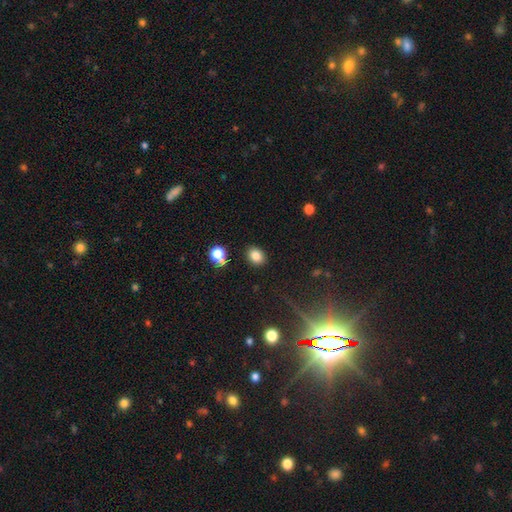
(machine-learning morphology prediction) The model was most divided on "how rounded": in between: 52%, round: 47%, cigar-shaped: 1%. More confident: merging — none (85%); smooth or featured — smooth (82%).